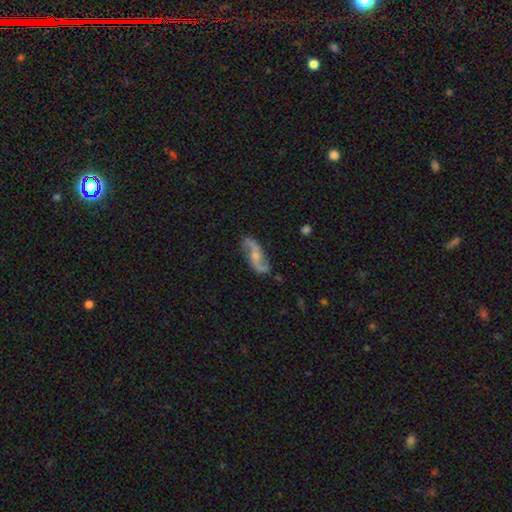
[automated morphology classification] This appears to be a featured or disk galaxy (84%) with no bar (55%), 2 (94%) loose (78%) spiral arms (95%) and a small central bulge (48%). Merging: none (81%).